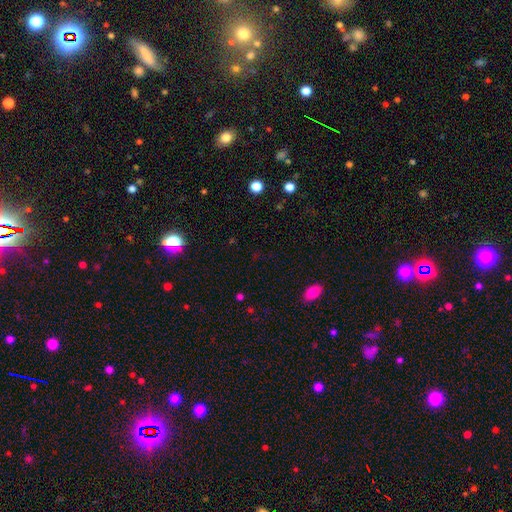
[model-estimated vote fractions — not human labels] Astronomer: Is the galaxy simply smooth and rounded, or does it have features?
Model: star or artifact — 52% (runner-up: smooth, 40%).